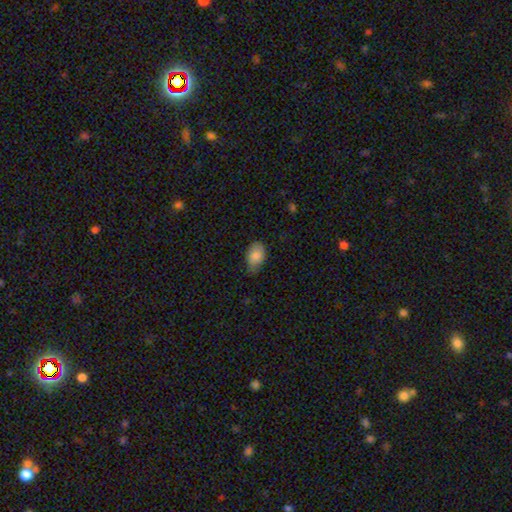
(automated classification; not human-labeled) smooth-or-featured: smooth: 86% | featured or disk: 7% | star or artifact: 7%
  how-rounded: in between: 91% | round: 7% | cigar-shaped: 2%
  merging: none: 64% | minor disturbance: 29% | major disturbance: 5% | merger: 1%